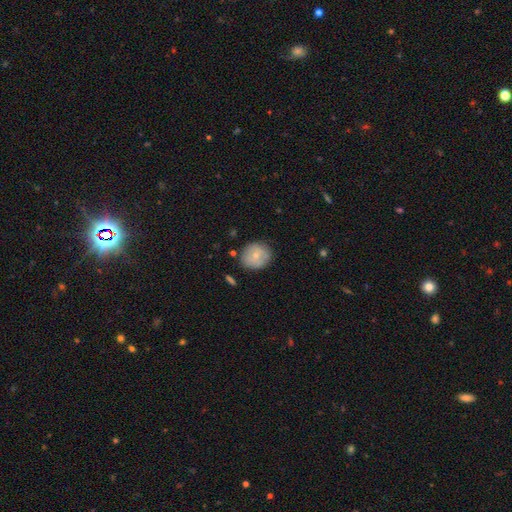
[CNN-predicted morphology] This appears to be a smooth galaxy with no disk features (70%) that is round (78%). Merging: none (79%).